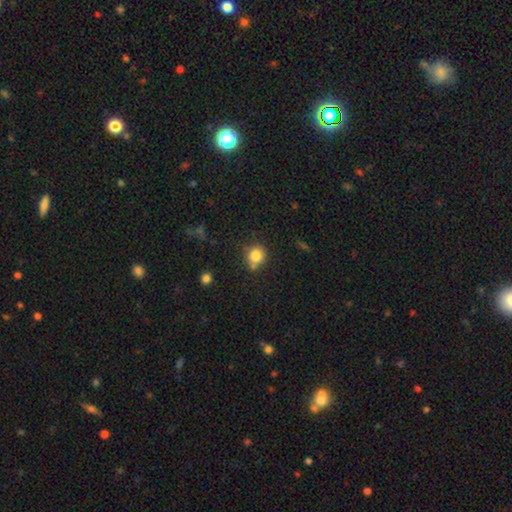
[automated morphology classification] Smooth or featured?
  - smooth: 83% *
  - star or artifact: 10%
  - featured or disk: 7%
How rounded?
  - round: 83% *
  - in between: 16%
  - cigar-shaped: 1%
Merging?
  - none: 67% *
  - minor disturbance: 18%
  - merger: 10%
  - major disturbance: 5%